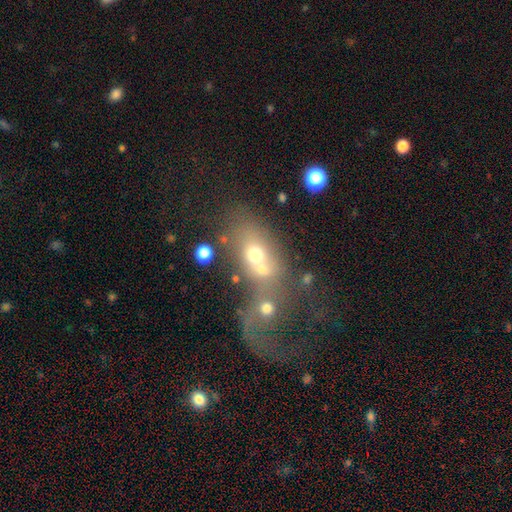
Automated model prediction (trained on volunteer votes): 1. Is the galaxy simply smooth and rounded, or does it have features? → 55% smooth, 30% featured or disk, 15% star or artifact.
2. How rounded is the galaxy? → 61% in between, 35% round, 3% cigar-shaped.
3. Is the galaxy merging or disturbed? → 62% merger, 19% none, 12% major disturbance, 7% minor disturbance.